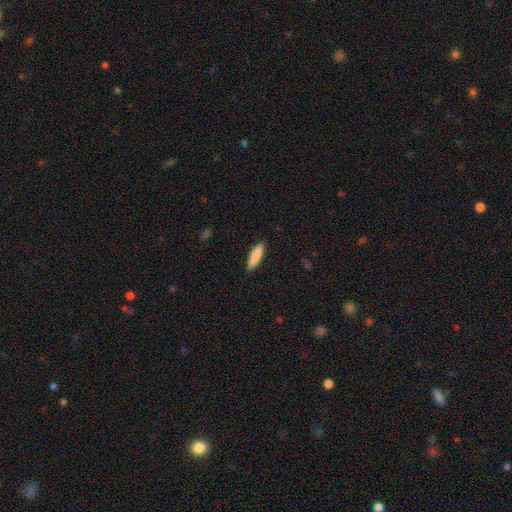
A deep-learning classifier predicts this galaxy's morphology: smooth 87%, featured or disk 7%, star or artifact 6%. Down the decision tree: how rounded — cigar-shaped (76%); merging — none (89%).